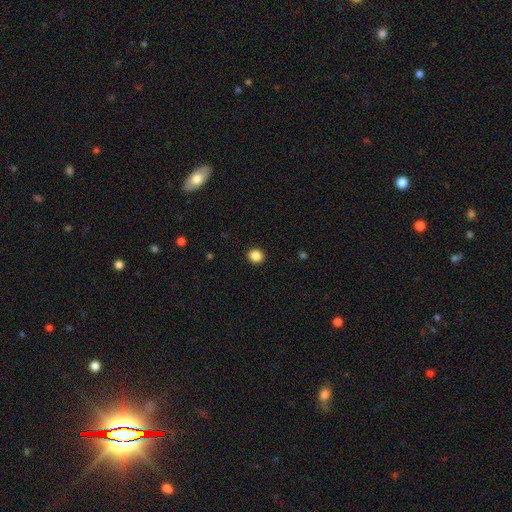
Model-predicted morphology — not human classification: Overall: smooth (87%). How rounded: round (80%). Merging: none (92%).